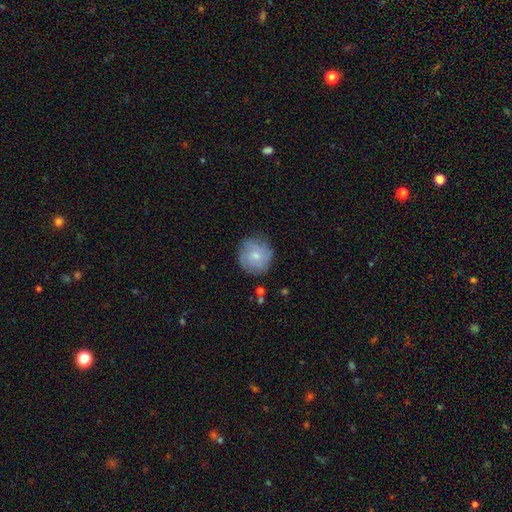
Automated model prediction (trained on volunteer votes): Smooth or featured: smooth — 55% (featured or disk — 37%)
How rounded: round — 89% (in between — 10%)
Merging: none — 74% (minor disturbance — 18%)